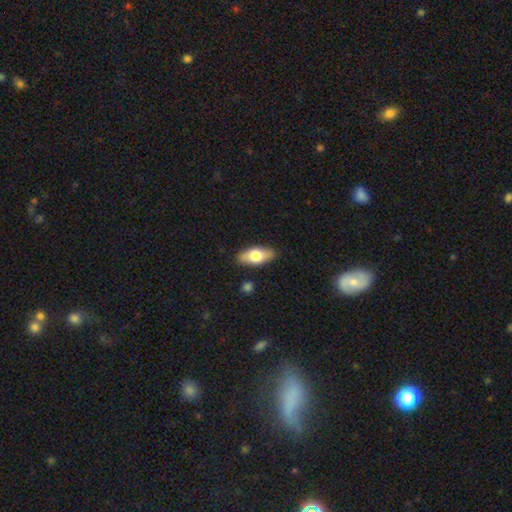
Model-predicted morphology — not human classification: A smooth galaxy with no disk features (70%) that is in between round and cigar-shaped (85%). Merging: none (86%).